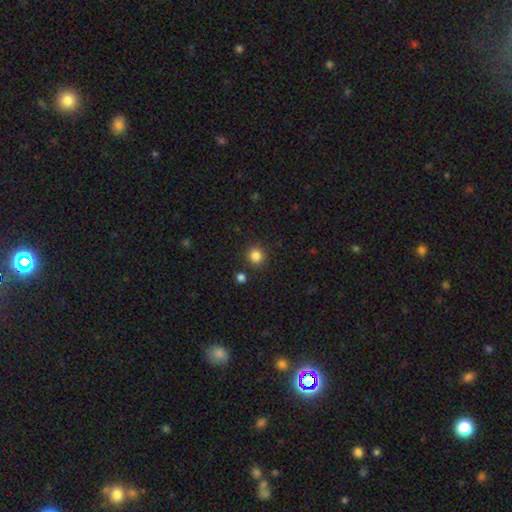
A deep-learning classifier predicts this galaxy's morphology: This is clearly a smooth galaxy (84%). How rounded: clearly round (92%). Merging: clearly none (87%).